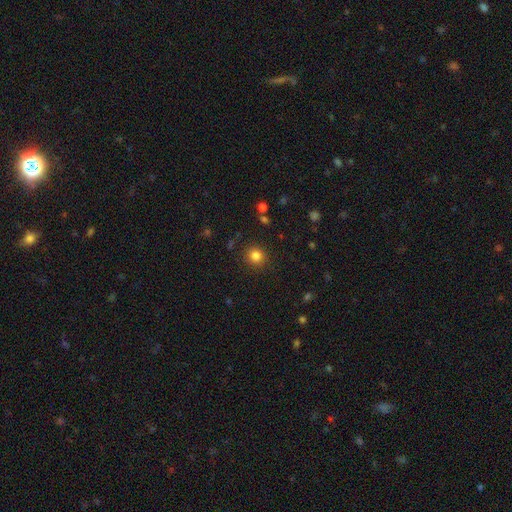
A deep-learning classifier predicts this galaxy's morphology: type=smooth (82%); roundness=round (89%); merging=none (89%).